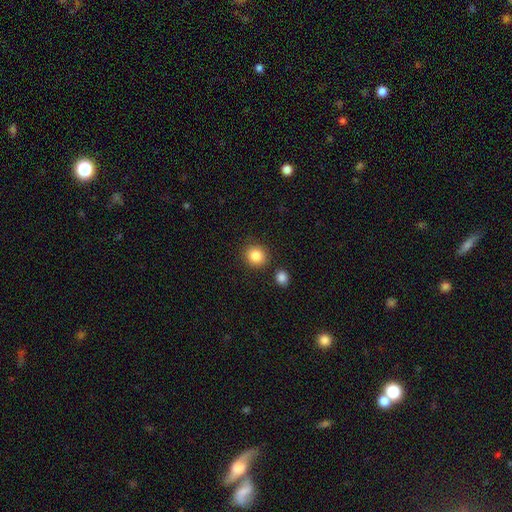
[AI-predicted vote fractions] Morphology: type=smooth (86%); roundness=round (86%); merging=none (84%).